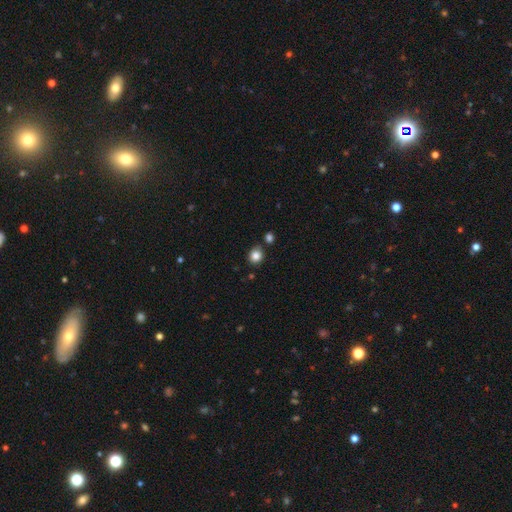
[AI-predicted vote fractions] Q: Smooth or featured?
A: smooth (84%); runner-up: star or artifact (11%)
Q: How rounded?
A: round (82%); runner-up: in between (17%)
Q: Merging?
A: none (81%); runner-up: minor disturbance (9%)